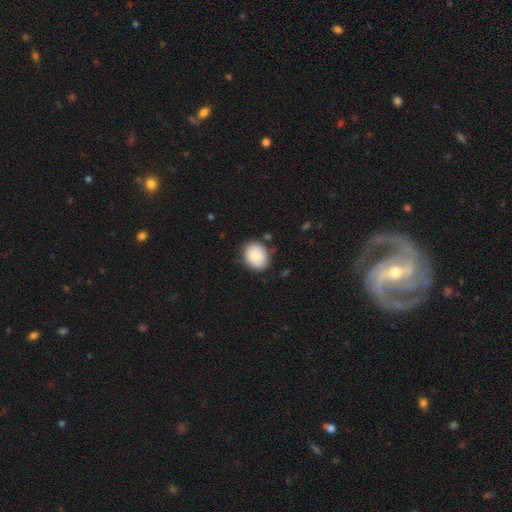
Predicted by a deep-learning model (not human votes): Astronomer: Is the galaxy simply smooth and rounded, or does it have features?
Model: smooth — 87%.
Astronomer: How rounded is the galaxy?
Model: in between — 55% (runner-up: round, 44%).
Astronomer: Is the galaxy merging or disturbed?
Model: none — 79%.